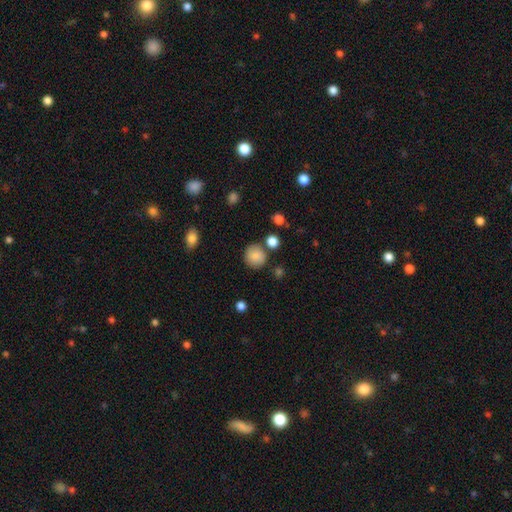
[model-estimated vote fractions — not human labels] The model was most divided on "merging": none: 81%, minor disturbance: 10%, merger: 6%, major disturbance: 3%. More confident: how rounded — round (89%); smooth or featured — smooth (85%).